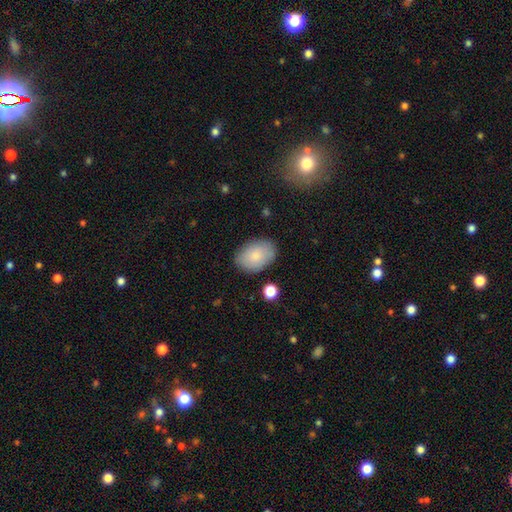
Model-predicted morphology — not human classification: This appears to be a smooth galaxy with no disk features (82%) that is in between round and cigar-shaped (85%). Merging: none (84%).